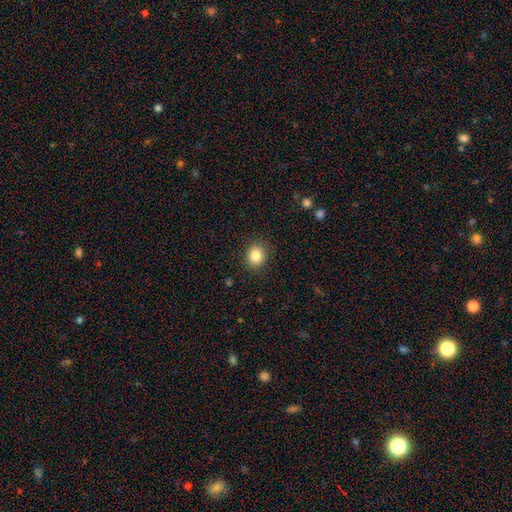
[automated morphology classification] The model was most divided on "how rounded": round: 69%, in between: 31%, cigar-shaped: 1%. More confident: merging — none (88%); smooth or featured — smooth (84%).